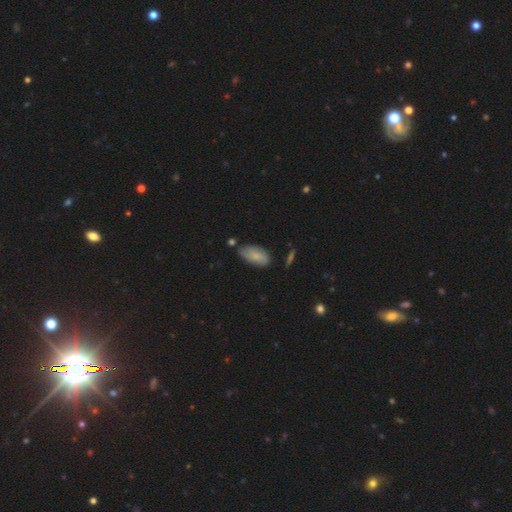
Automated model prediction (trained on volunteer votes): Overall: smooth (75%). How rounded: in between (92%). Merging: none (65%; minor disturbance 25%).